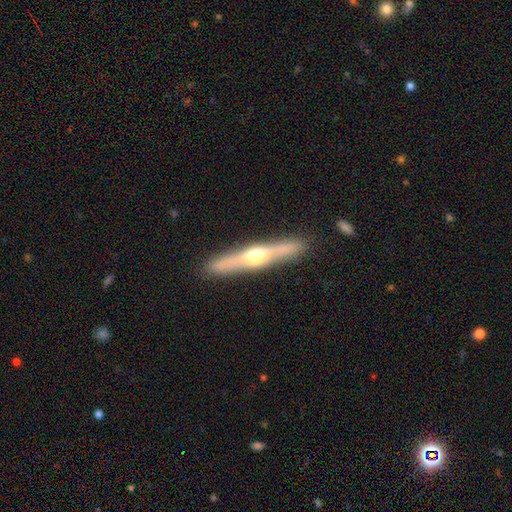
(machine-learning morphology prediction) Smooth or featured?
  - featured or disk: 65% *
  - smooth: 29%
  - star or artifact: 6%
Edge-on disk?
  - yes: 94% *
  - no: 6%
Edge-on bulge?
  - rounded: 90% *
  - none: 5%
  - boxy: 5%
Merging?
  - none: 89% *
  - minor disturbance: 8%
  - major disturbance: 2%
  - merger: 1%